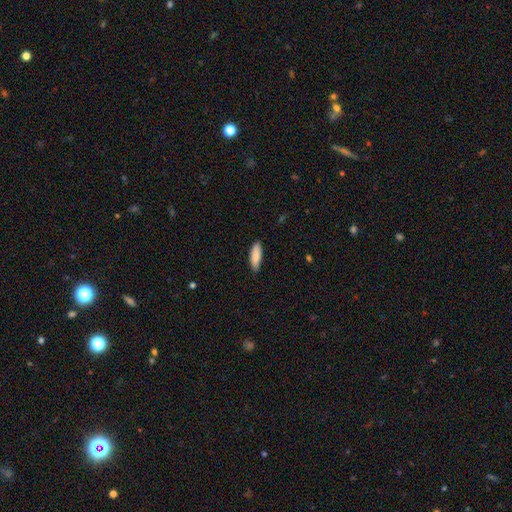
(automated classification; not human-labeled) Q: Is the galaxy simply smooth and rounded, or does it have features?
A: smooth — 86%.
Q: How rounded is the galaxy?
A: in between — 56%.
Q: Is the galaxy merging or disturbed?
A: none — 81%.